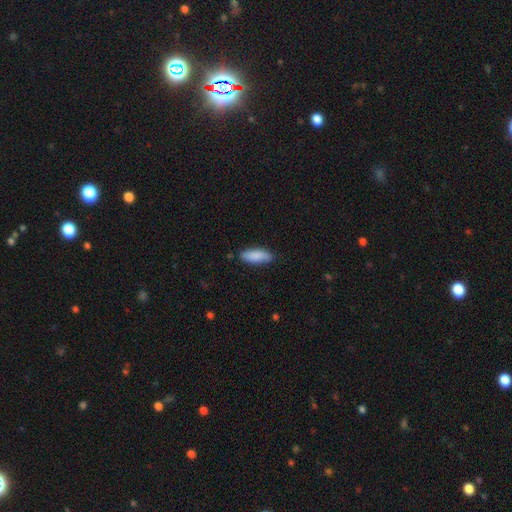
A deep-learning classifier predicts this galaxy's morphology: smooth_or_featured: smooth (p=0.86) [alt: featured or disk p=0.08]
how_rounded: in between (p=0.66) [alt: cigar-shaped p=0.32]
merging: none (p=0.83) [alt: minor disturbance p=0.14]